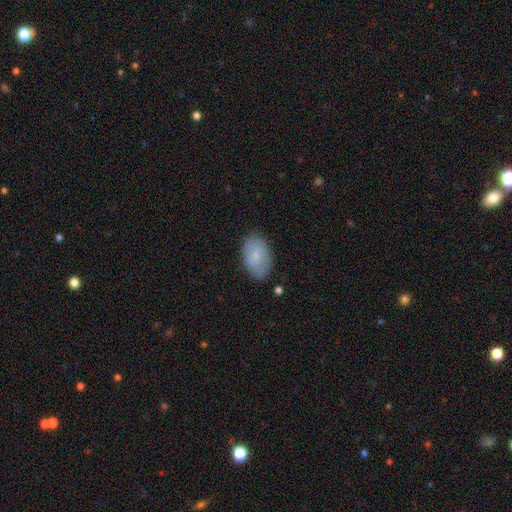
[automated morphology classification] type=smooth (75%); roundness=in between (93%); merging=none (80%).